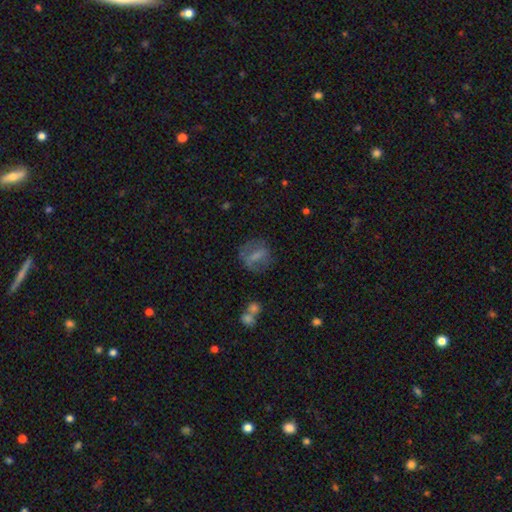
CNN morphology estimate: Q: Smooth or featured?
A: smooth (54%); runner-up: featured or disk (35%)
Q: How rounded?
A: round (47%); runner-up: in between (45%)
Q: Merging?
A: none (64%); runner-up: minor disturbance (19%)